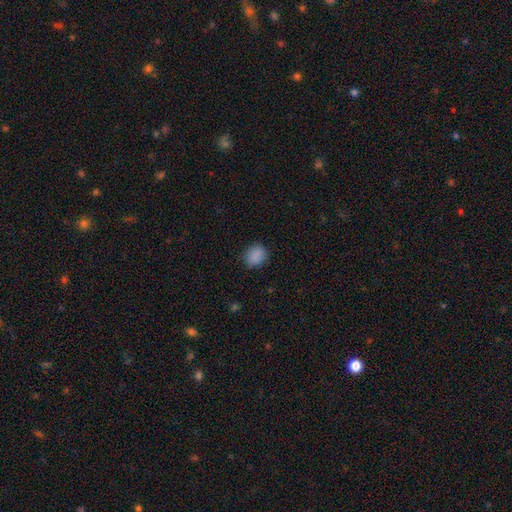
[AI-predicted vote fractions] Smooth or featured? Predicted: smooth (p=0.87). How rounded? Predicted: round (p=0.62). Merging? Predicted: none (p=0.84).